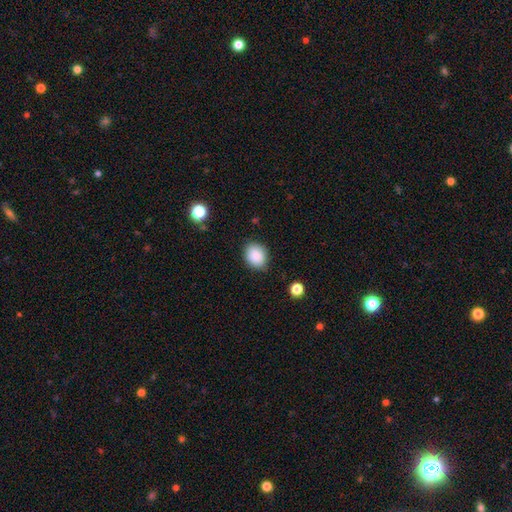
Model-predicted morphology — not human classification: The model was most divided on "how rounded": round: 53%, in between: 46%, cigar-shaped: 1%. More confident: smooth or featured — smooth (88%); merging — none (81%).